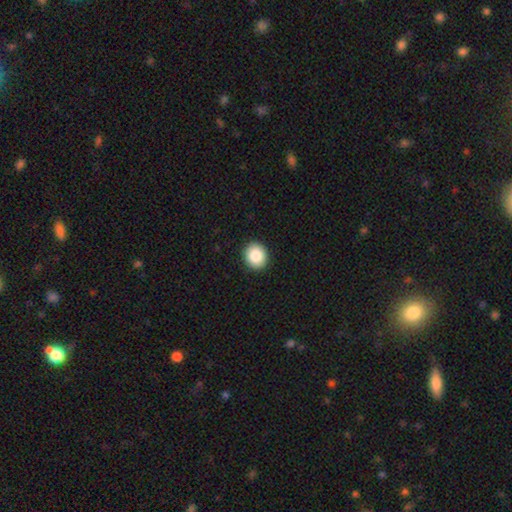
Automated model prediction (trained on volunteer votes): A smooth galaxy with no disk features (87%) that is round (80%).

Vote fractions:
- Smooth or featured? smooth: 87% / star or artifact: 8% / featured or disk: 5%
- How rounded? round: 80% / in between: 19% / cigar-shaped: 1%
- Merging? none: 93% / minor disturbance: 5% / major disturbance: 1% / merger: 1%